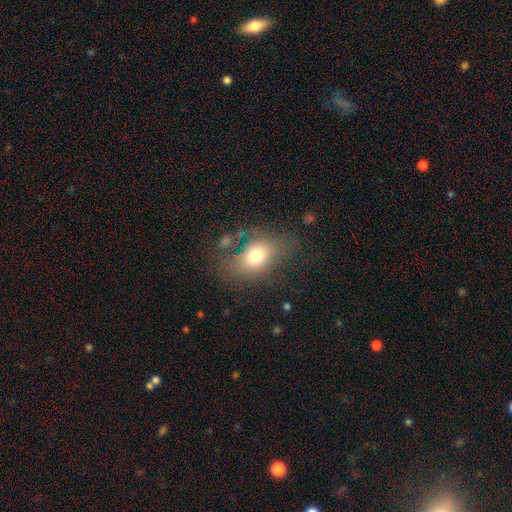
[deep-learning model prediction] This is likely a smooth galaxy (72%). How rounded: likely in between (75%). Merging: likely none (63%).